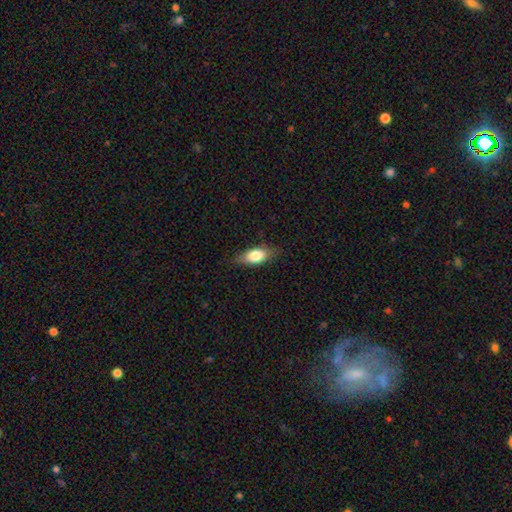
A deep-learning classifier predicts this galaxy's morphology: type=smooth (73%); roundness=in between (82%); merging=none (77%).